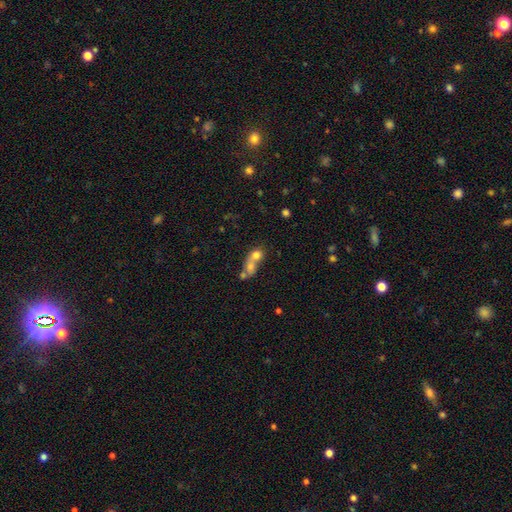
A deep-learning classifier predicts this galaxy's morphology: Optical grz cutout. It shows a smooth galaxy with no disk features (68%) that is round (54%). Merging: merger (71%).